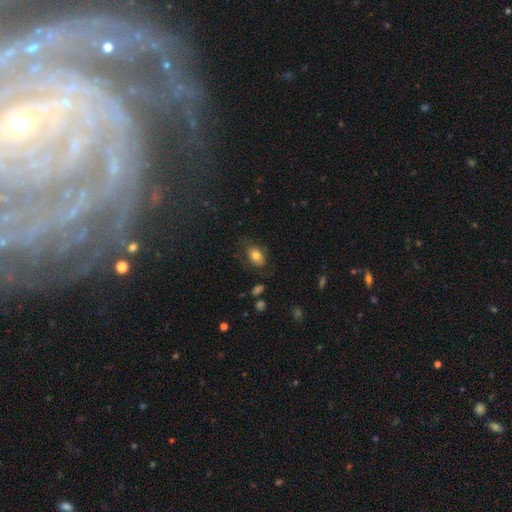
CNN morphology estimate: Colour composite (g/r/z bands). It shows a smooth galaxy with no disk features (75%) that is in between round and cigar-shaped (86%). Merging: none (70%).